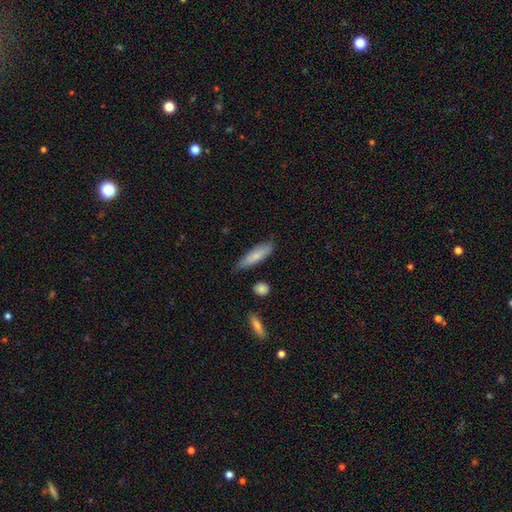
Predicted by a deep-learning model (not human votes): This is likely a smooth galaxy (77%). How rounded: likely cigar-shaped (62%). Merging: likely none (76%).